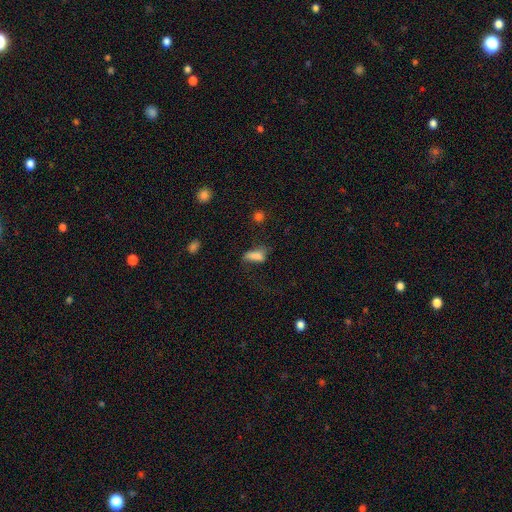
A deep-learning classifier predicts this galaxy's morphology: The model was most divided on "merging": none: 36%, major disturbance: 30%, minor disturbance: 28%, merger: 6%. More confident: smooth or featured — smooth (74%); how rounded — in between (69%).